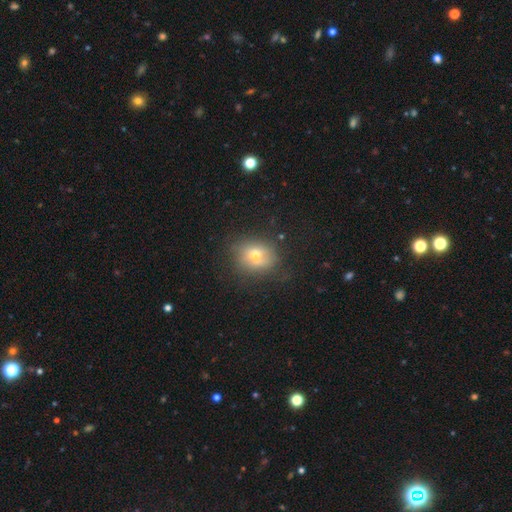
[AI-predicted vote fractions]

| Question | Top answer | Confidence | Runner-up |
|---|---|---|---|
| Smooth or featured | smooth | 59% | featured or disk (27%) |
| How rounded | round | 60% | in between (39%) |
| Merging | none | 70% | minor disturbance (19%) |